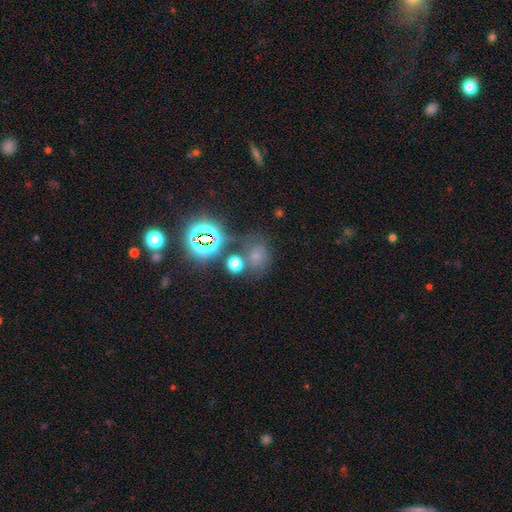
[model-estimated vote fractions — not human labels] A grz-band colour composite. It shows a smooth galaxy with no disk features (53%) that is round (62%). Merging: none (55%).